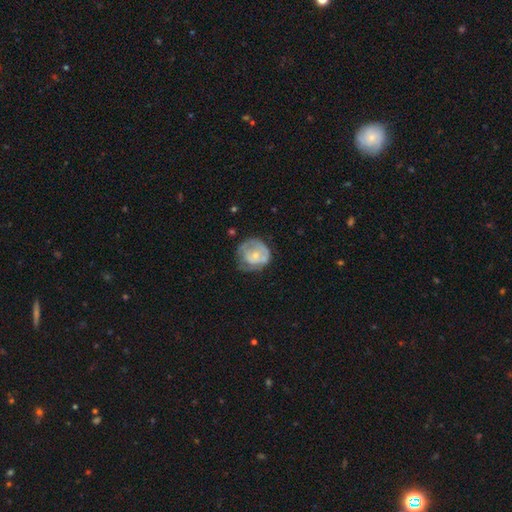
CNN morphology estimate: smooth-or-featured: featured or disk: 49% | smooth: 45% | star or artifact: 6%
  merging: none: 43% | minor disturbance: 31% | major disturbance: 23% | merger: 2%